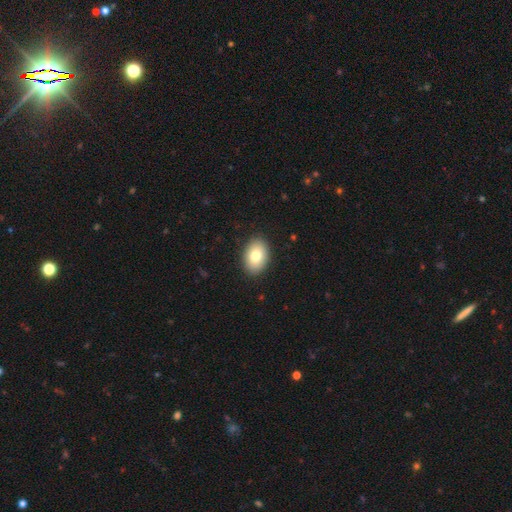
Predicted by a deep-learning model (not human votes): The model was most divided on "smooth or featured": smooth: 80%, featured or disk: 12%, star or artifact: 8%. More confident: merging — none (89%); how rounded — in between (85%).